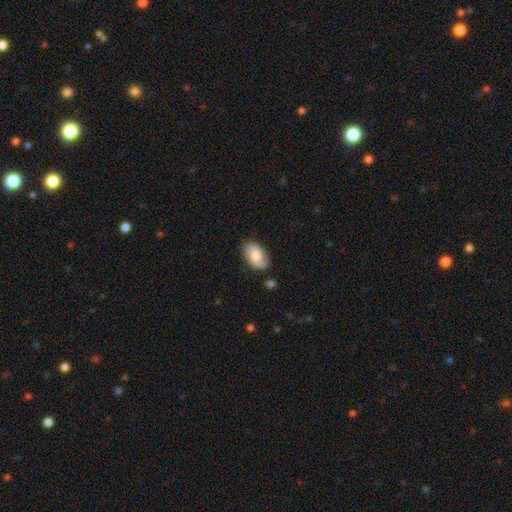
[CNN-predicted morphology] A smooth galaxy with no disk features (54%) that is in between round and cigar-shaped (90%).

Vote fractions:
- Smooth or featured? smooth: 54% / featured or disk: 39% / star or artifact: 7%
- How rounded? in between: 90% / round: 9% / cigar-shaped: 1%
- Merging? none: 69% / minor disturbance: 22% / major disturbance: 6% / merger: 2%